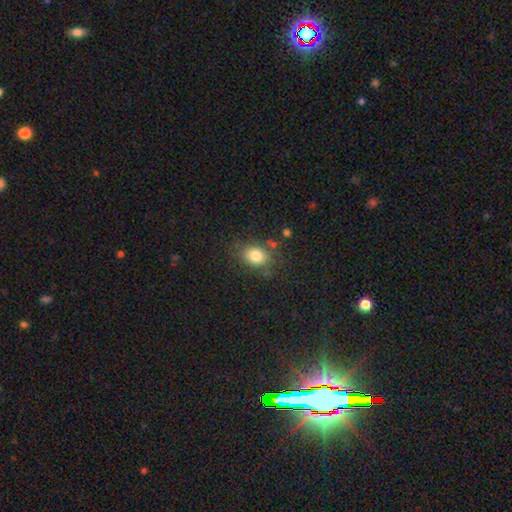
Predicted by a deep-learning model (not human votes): Smooth or featured?
  - smooth: 79% *
  - star or artifact: 11%
  - featured or disk: 10%
How rounded?
  - in between: 60% *
  - round: 38%
  - cigar-shaped: 1%
Merging?
  - none: 74% *
  - minor disturbance: 16%
  - major disturbance: 6%
  - merger: 4%